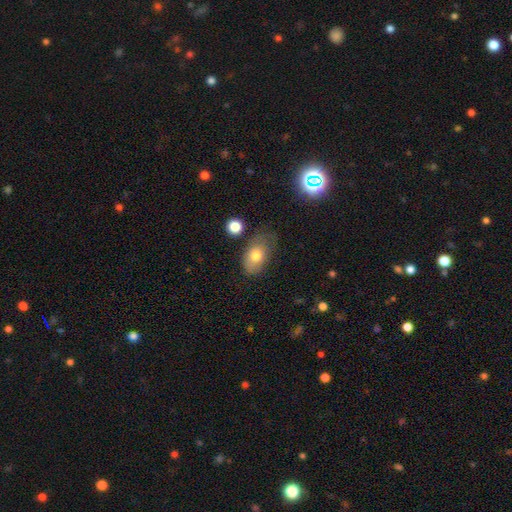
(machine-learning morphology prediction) smooth-or-featured: smooth: 76% | featured or disk: 16% | star or artifact: 8%
  how-rounded: in between: 88% | round: 10% | cigar-shaped: 2%
  merging: none: 56% | minor disturbance: 29% | major disturbance: 10% | merger: 5%